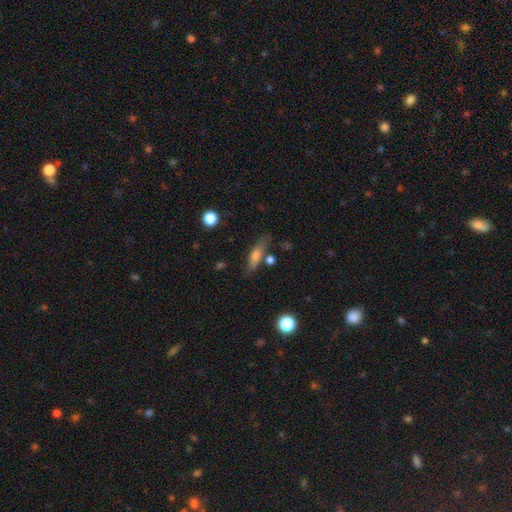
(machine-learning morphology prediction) This appears to be a smooth galaxy with no disk features (63%) that is cigar-shaped (56%). Merging: none (67%).